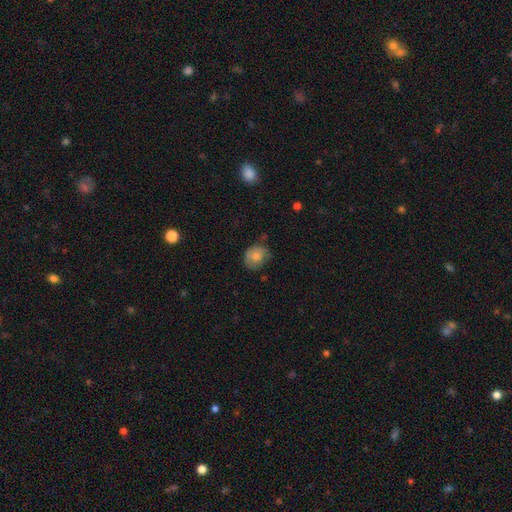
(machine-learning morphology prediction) Q: Smooth or featured?
A: smooth (74%); runner-up: featured or disk (17%)
Q: How rounded?
A: round (58%); runner-up: in between (41%)
Q: Merging?
A: none (56%); runner-up: minor disturbance (32%)